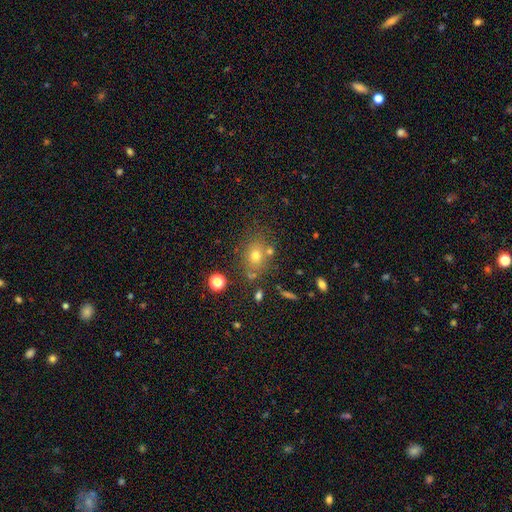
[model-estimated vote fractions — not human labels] smooth-or-featured: smooth: 66% | star or artifact: 19% | featured or disk: 15%
  how-rounded: round: 59% | in between: 39% | cigar-shaped: 1%
  merging: none: 70% | minor disturbance: 13% | merger: 11% | major disturbance: 5%